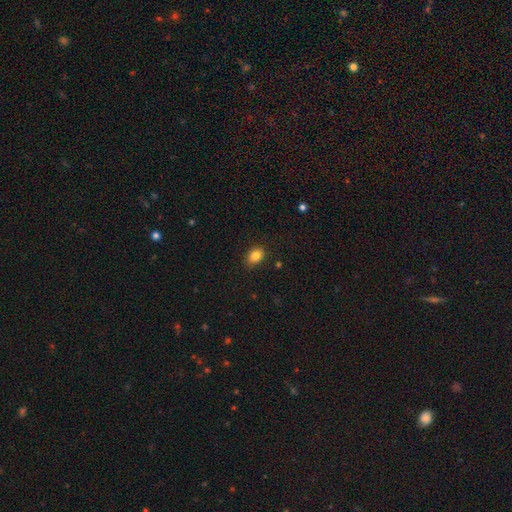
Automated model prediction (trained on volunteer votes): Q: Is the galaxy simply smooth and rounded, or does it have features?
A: smooth — 84%.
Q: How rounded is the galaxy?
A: in between — 70%.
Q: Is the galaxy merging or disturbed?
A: none — 86%.